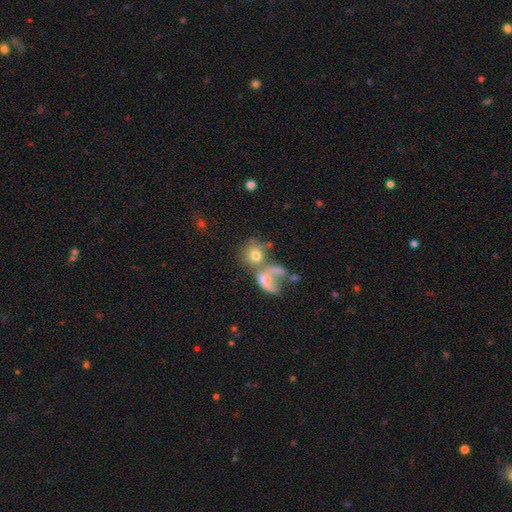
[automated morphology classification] smooth_or_featured: smooth (p=0.68) [alt: featured or disk p=0.21]
how_rounded: round (p=0.70) [alt: in between p=0.28]
merging: merger (p=0.50) [alt: none p=0.28]